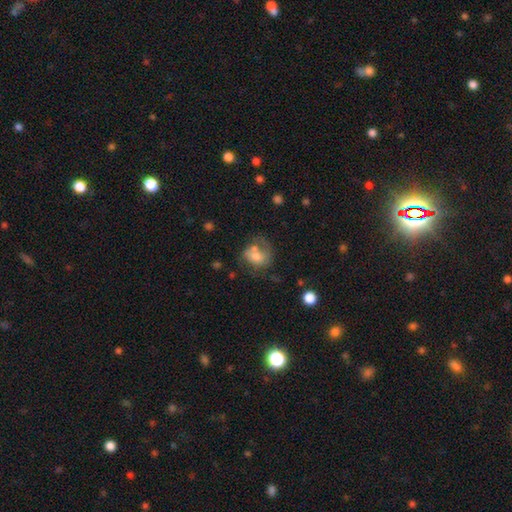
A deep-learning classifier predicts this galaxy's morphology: A smooth galaxy with no disk features (54%) that is round (54%).

Vote fractions:
- Smooth or featured? smooth: 54% / featured or disk: 36% / star or artifact: 10%
- How rounded? round: 54% / in between: 45% / cigar-shaped: 1%
- Merging? none: 33% / major disturbance: 23% / merger: 23% / minor disturbance: 21%